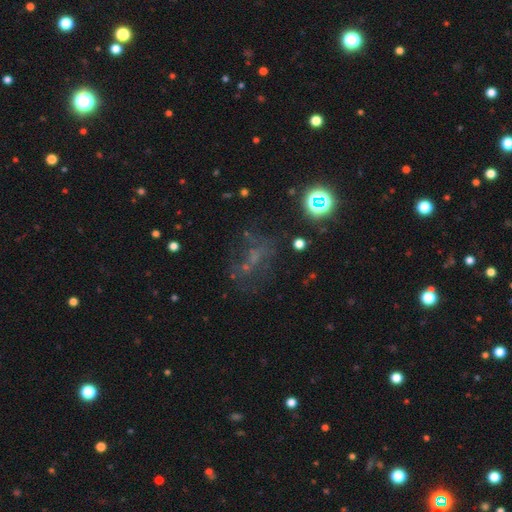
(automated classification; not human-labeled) smooth-or-featured: featured or disk: 38% | star or artifact: 37% | smooth: 26%
  merging: none: 52% | major disturbance: 23% | minor disturbance: 18% | merger: 7%